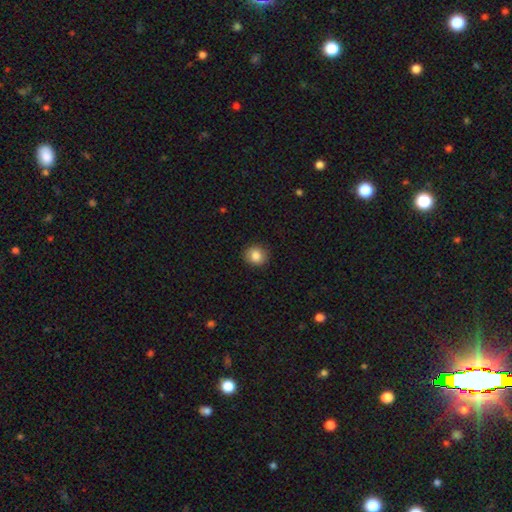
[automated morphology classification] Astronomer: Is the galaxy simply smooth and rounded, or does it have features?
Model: smooth — 85%.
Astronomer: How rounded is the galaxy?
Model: round — 84%.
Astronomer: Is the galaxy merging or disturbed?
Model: none — 90%.